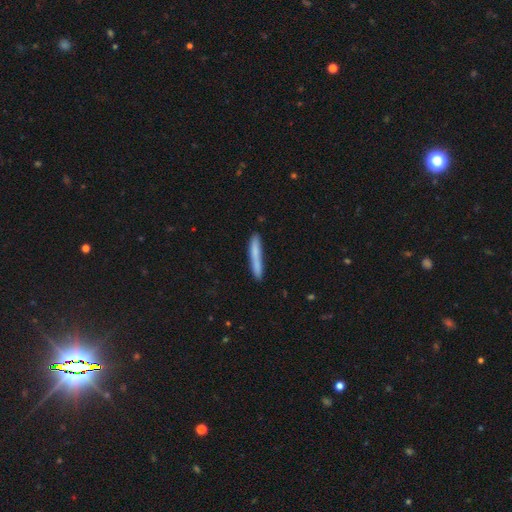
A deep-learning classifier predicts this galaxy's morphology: Overall: smooth (74%). How rounded: cigar-shaped (96%). Merging: none (83%).